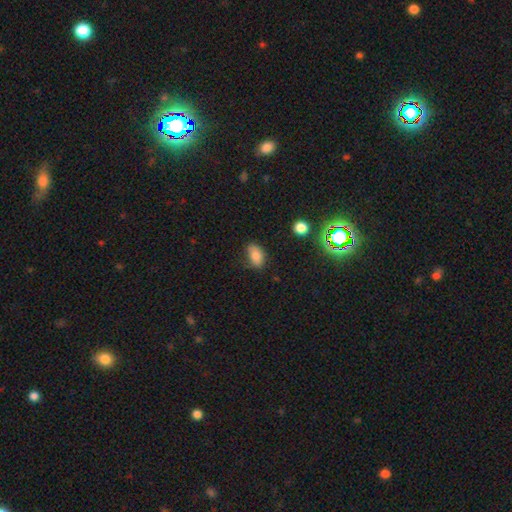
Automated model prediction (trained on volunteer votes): Overall: smooth (80%). How rounded: in between (88%). Merging: none (68%).